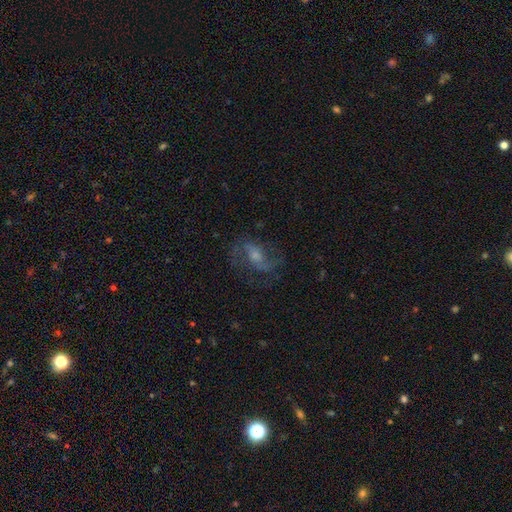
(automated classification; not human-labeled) featured or disk 70%, smooth 20%, star or artifact 11%. Down the decision tree: edge-on disk — no (96%); bar — weak (44%); spiral arms — yes (88%); spiral arm count — 2 (83%); spiral winding — medium (46%); bulge size — moderate (45%); merging — none (66%).